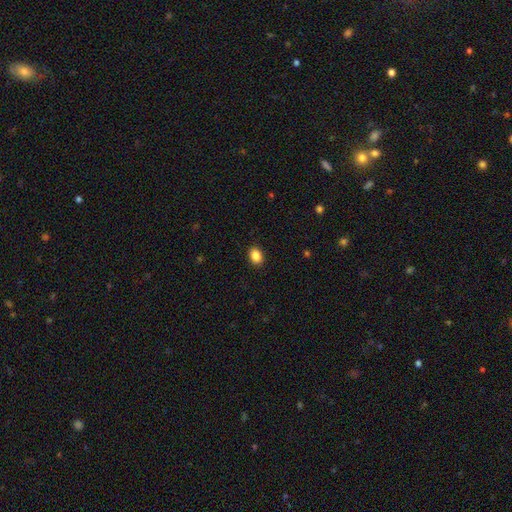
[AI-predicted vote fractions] smooth-or-featured: smooth: 87% | star or artifact: 9% | featured or disk: 4%
  how-rounded: in between: 69% | round: 30% | cigar-shaped: 1%
  merging: none: 91% | minor disturbance: 7% | major disturbance: 2% | merger: 1%